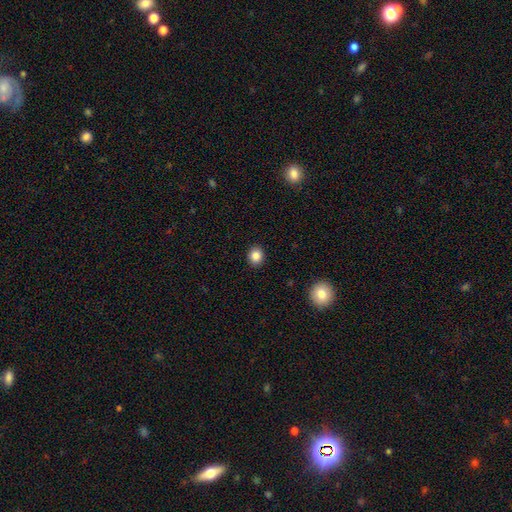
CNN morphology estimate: smooth_or_featured: smooth (p=0.86) [alt: star or artifact p=0.10]
how_rounded: round (p=0.67) [alt: in between p=0.32]
merging: none (p=0.92) [alt: minor disturbance p=0.06]